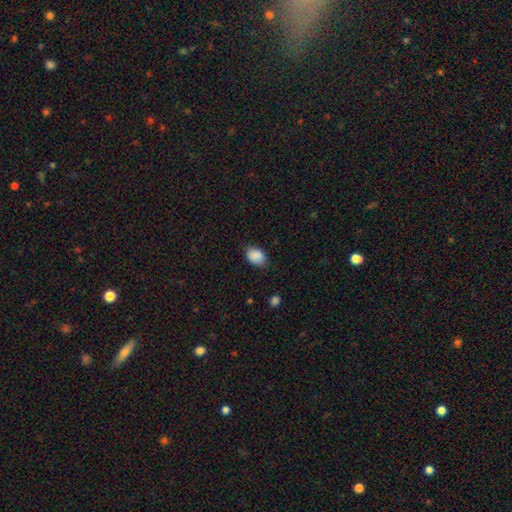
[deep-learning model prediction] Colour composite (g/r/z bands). It shows a smooth galaxy with no disk features (87%) that is in between round and cigar-shaped (79%). Merging: none (74%).